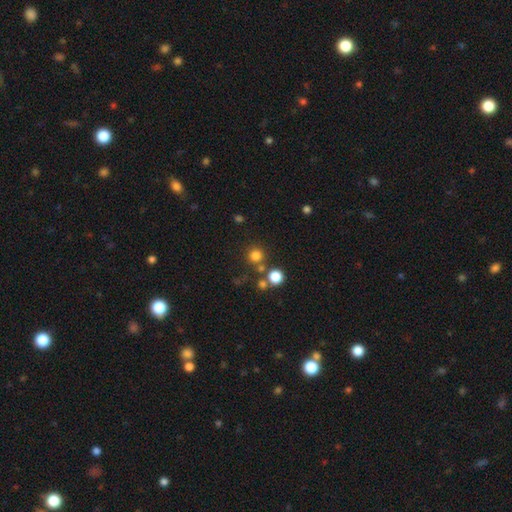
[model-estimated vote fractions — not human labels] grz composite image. It shows a smooth galaxy with no disk features (77%) that is round (93%). Merging: none (77%).